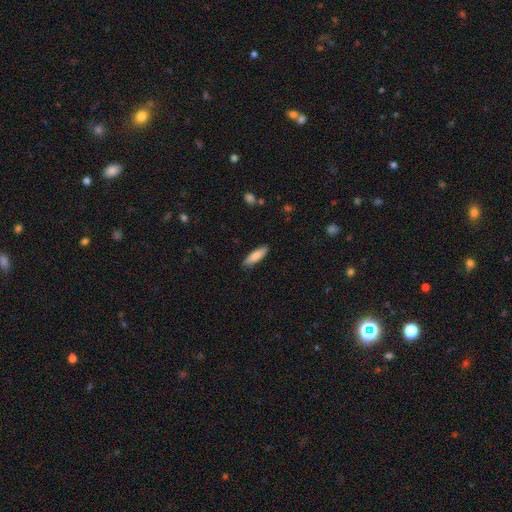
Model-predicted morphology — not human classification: Smooth or featured? Predicted: smooth (p=0.84). How rounded? Predicted: cigar-shaped (p=0.53). Merging? Predicted: none (p=0.86).